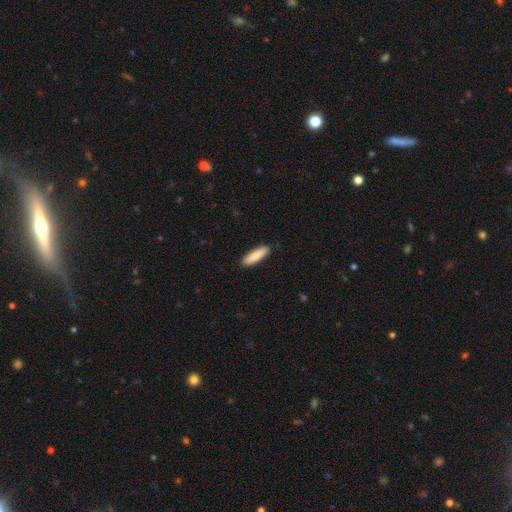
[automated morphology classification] A smooth galaxy with no disk features (87%) that is cigar-shaped (68%).

Vote fractions:
- Smooth or featured? smooth: 87% / featured or disk: 8% / star or artifact: 5%
- How rounded? cigar-shaped: 68% / in between: 31% / round: 1%
- Merging? none: 90% / minor disturbance: 7% / major disturbance: 2% / merger: 1%